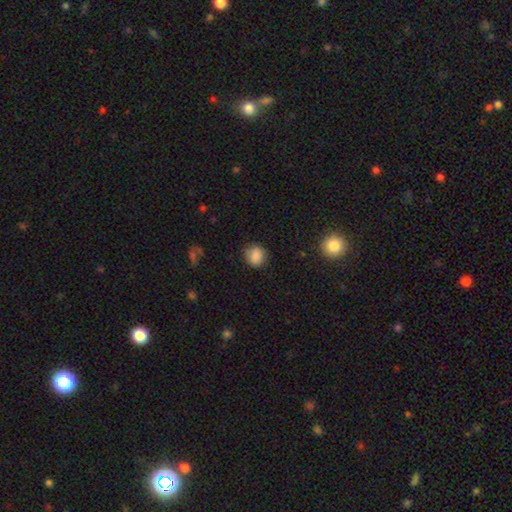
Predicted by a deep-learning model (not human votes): Smooth or featured? smooth (86%)
How rounded? round (75%)
Merging? none (81%)